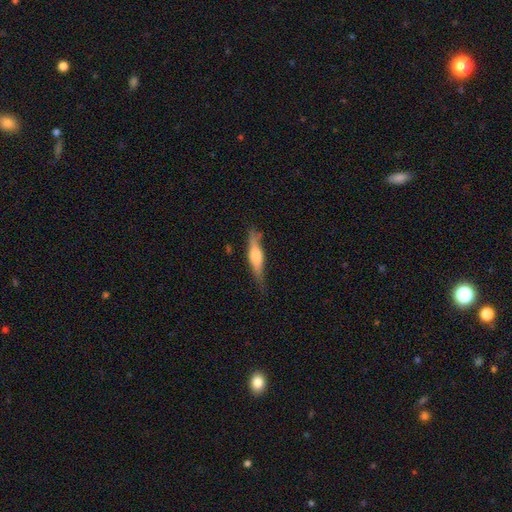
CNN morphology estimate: smooth-or-featured: featured or disk: 54% | smooth: 40% | star or artifact: 6%
  disk-edge-on: yes: 94% | no: 6%
    edge-on-bulge: rounded: 73% | boxy: 20% | none: 6%
  merging: none: 74% | minor disturbance: 20% | major disturbance: 5% | merger: 2%